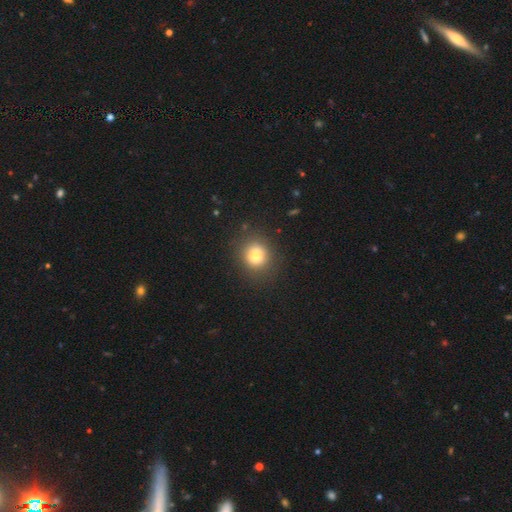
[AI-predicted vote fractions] Overall: smooth (78%). How rounded: round (81%). Merging: none (86%).